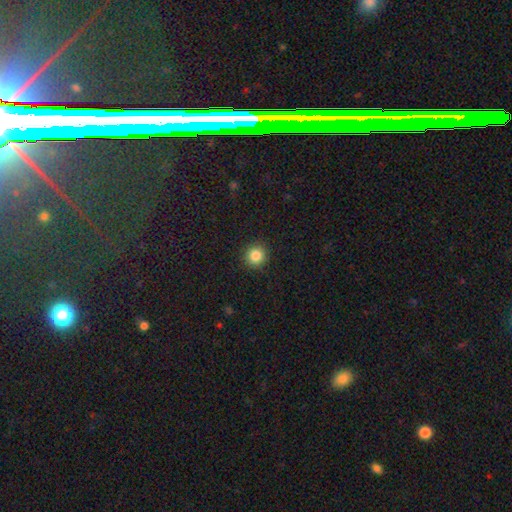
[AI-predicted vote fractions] This appears to be a smooth galaxy with no disk features (85%) that is round (93%). Merging: none (91%).